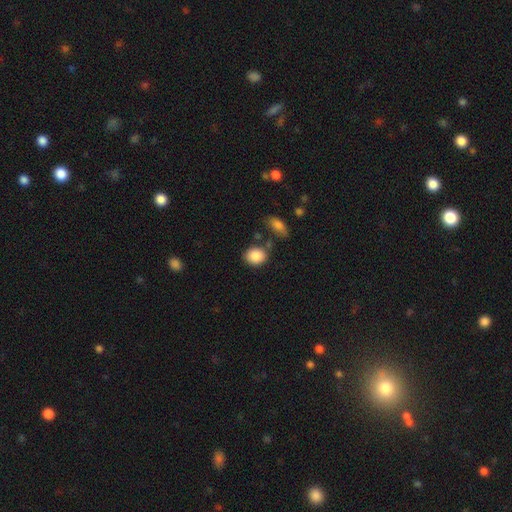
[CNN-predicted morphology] smooth_or_featured: smooth (p=0.87) [alt: star or artifact p=0.08]
how_rounded: round (p=0.57) [alt: in between p=0.41]
merging: none (p=0.71) [alt: minor disturbance p=0.17]